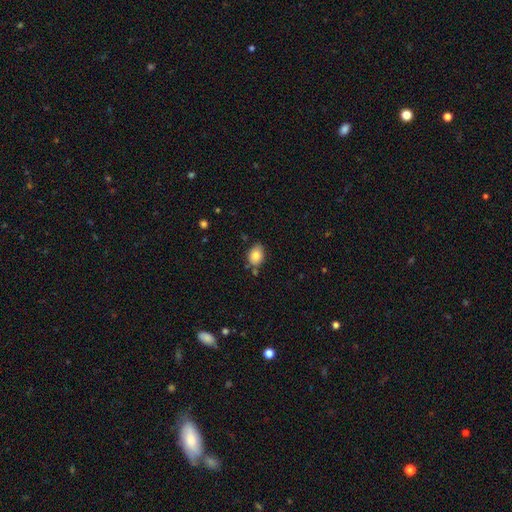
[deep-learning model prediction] Smooth or featured: smooth — 84% (featured or disk — 8%)
How rounded: in between — 75% (round — 24%)
Merging: none — 72% (minor disturbance — 17%)